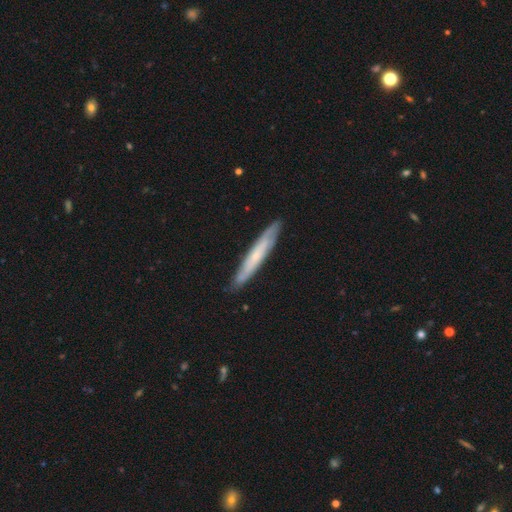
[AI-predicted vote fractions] Smooth or featured?
  - featured or disk: 53% *
  - smooth: 41%
  - star or artifact: 6%
Edge-on disk?
  - yes: 77% *
  - no: 23%
Merging?
  - none: 86% *
  - minor disturbance: 11%
  - major disturbance: 2%
  - merger: 1%